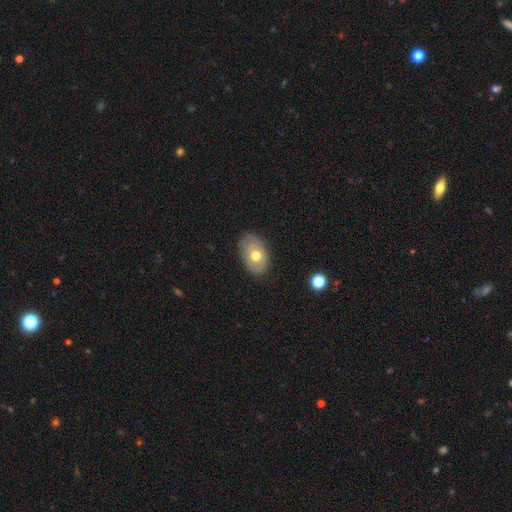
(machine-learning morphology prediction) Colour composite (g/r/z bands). It shows a smooth galaxy with no disk features (50%) that is in between round and cigar-shaped (84%). Merging: none (78%).